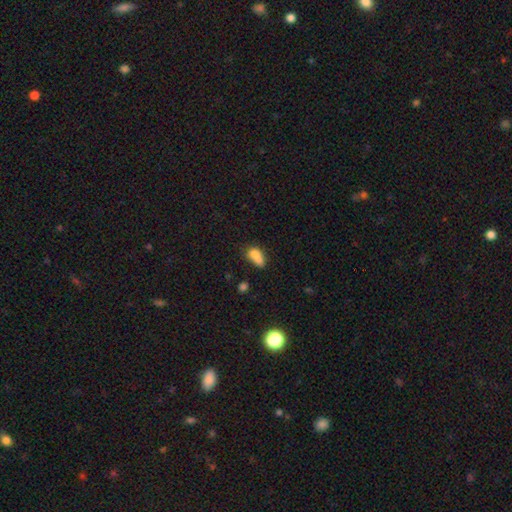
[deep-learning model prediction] smooth-or-featured: smooth: 75% | featured or disk: 14% | star or artifact: 11%
  how-rounded: in between: 78% | round: 13% | cigar-shaped: 9%
  merging: none: 33% | merger: 32% | minor disturbance: 23% | major disturbance: 12%